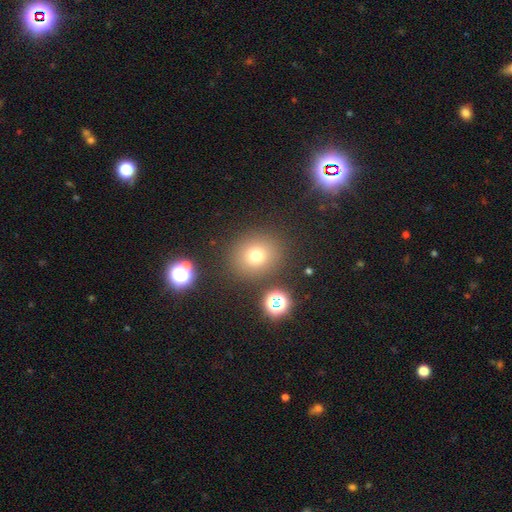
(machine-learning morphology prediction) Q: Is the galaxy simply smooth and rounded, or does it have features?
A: smooth — 72%.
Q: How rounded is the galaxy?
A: round — 84%.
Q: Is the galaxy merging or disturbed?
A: none — 84%.